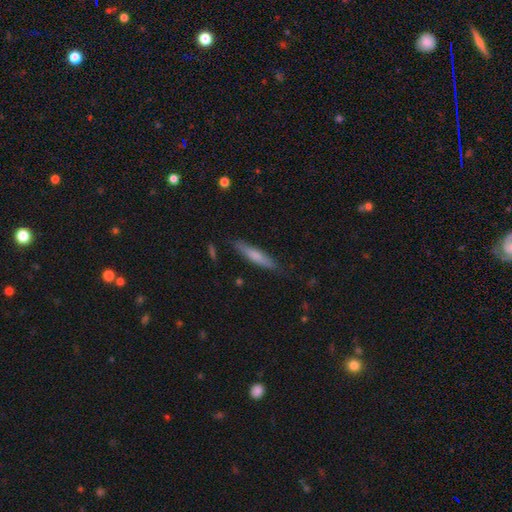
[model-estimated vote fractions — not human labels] This appears to be a smooth galaxy with no disk features (68%) that is cigar-shaped (88%). Merging: none (85%).